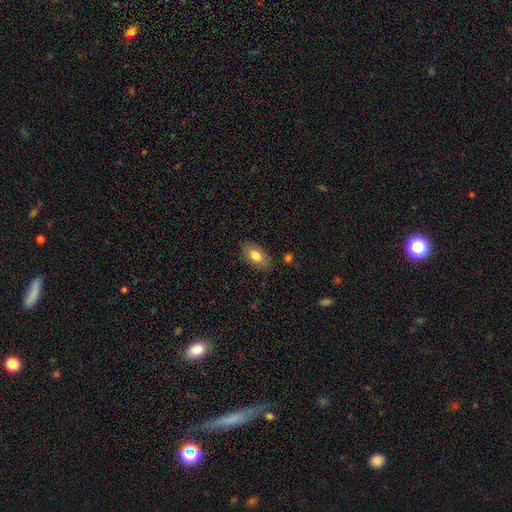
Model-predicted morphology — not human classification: A smooth galaxy with no disk features (76%) that is in between round and cigar-shaped (92%). Merging: none (83%).